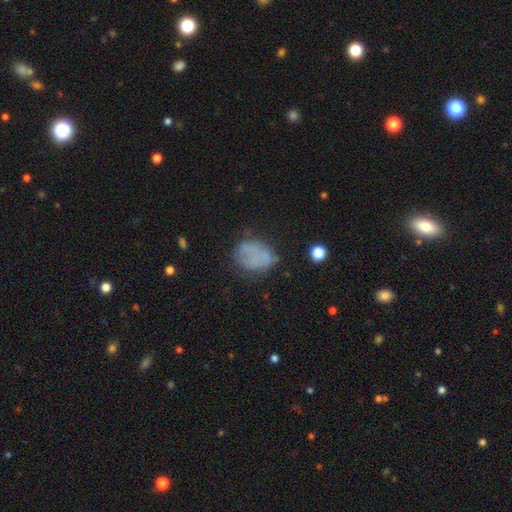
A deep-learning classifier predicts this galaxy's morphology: The model was most divided on "how rounded": in between: 56%, round: 43%, cigar-shaped: 1%. More confident: smooth or featured — smooth (62%); merging — none (56%).